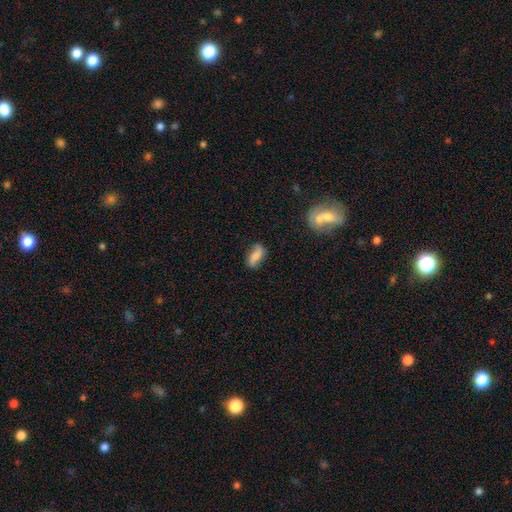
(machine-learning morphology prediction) smooth_or_featured: smooth (p=0.67) [alt: featured or disk p=0.24]
how_rounded: in between (p=0.77) [alt: cigar-shaped p=0.18]
merging: none (p=0.70) [alt: minor disturbance p=0.22]